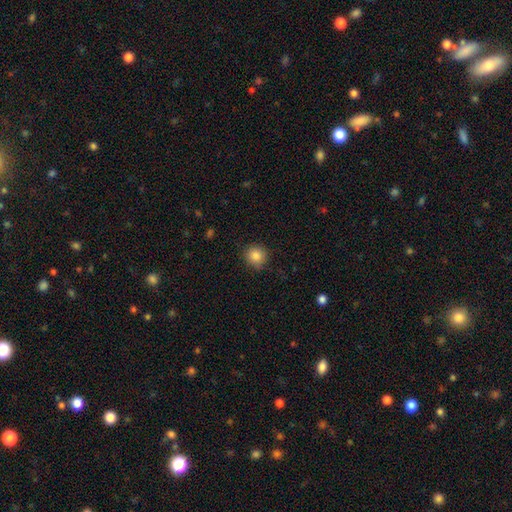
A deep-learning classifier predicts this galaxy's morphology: smooth-or-featured: smooth: 85% | star or artifact: 10% | featured or disk: 5%
  how-rounded: round: 91% | in between: 8% | cigar-shaped: 1%
  merging: none: 87% | minor disturbance: 10% | major disturbance: 2% | merger: 1%